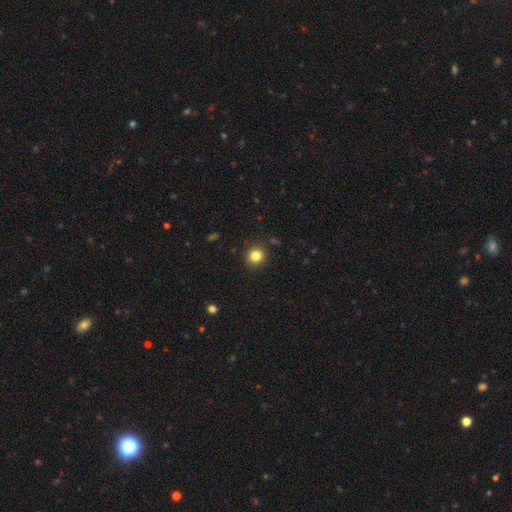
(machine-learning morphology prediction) Overall: smooth (82%). How rounded: round (90%). Merging: none (90%).